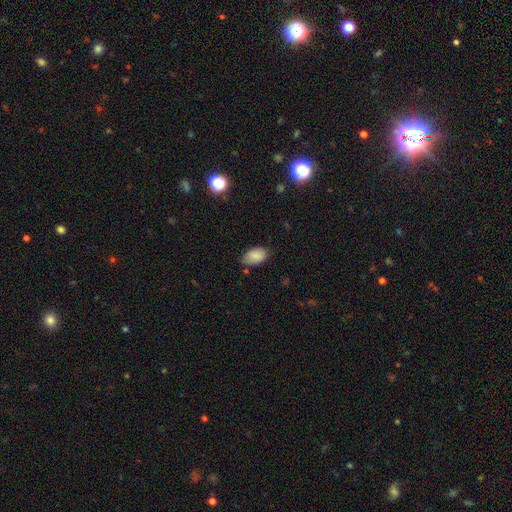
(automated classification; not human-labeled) Smooth or featured? Predicted: smooth (p=0.86). How rounded? Predicted: in between (p=0.92). Merging? Predicted: none (p=0.69).